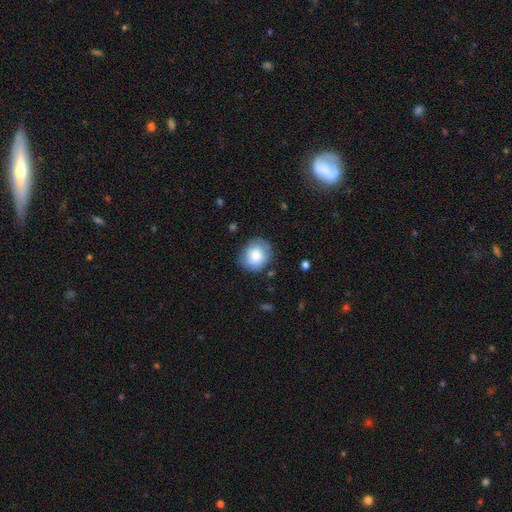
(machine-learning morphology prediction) Smooth or featured? Predicted: smooth (p=0.78). How rounded? Predicted: round (p=0.78). Merging? Predicted: none (p=0.79).